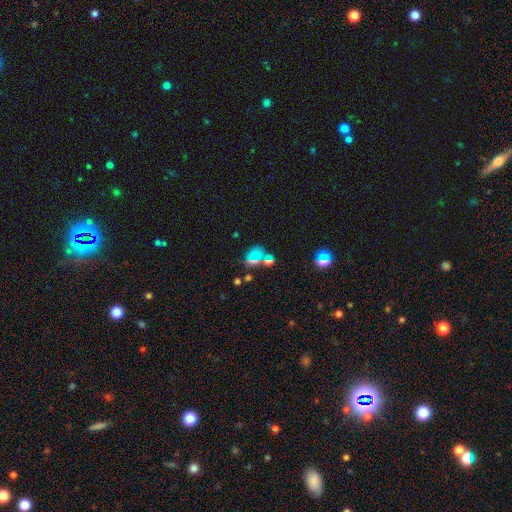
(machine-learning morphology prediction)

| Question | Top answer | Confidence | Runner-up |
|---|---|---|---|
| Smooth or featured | smooth | 53% | star or artifact (32%) |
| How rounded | in between | 54% | round (43%) |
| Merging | none | 48% | merger (26%) |